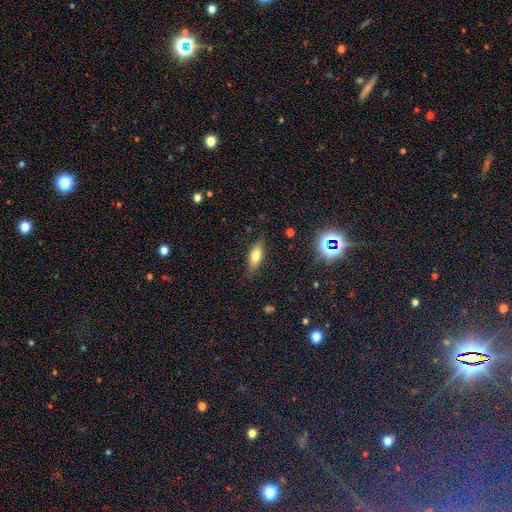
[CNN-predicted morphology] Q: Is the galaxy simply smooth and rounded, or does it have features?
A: smooth — 69%.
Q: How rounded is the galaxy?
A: in between — 71%.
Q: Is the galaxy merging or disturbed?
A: none — 82%.